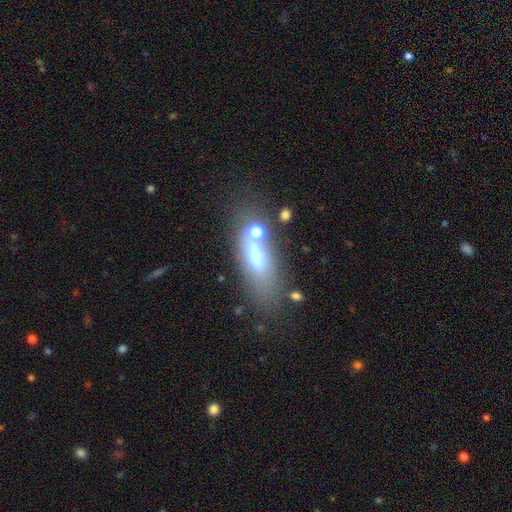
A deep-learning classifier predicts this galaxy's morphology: Smooth or featured?
  - smooth: 57% *
  - featured or disk: 27%
  - star or artifact: 16%
How rounded?
  - in between: 62% *
  - cigar-shaped: 32%
  - round: 6%
Merging?
  - none: 57% *
  - merger: 19%
  - minor disturbance: 15%
  - major disturbance: 9%